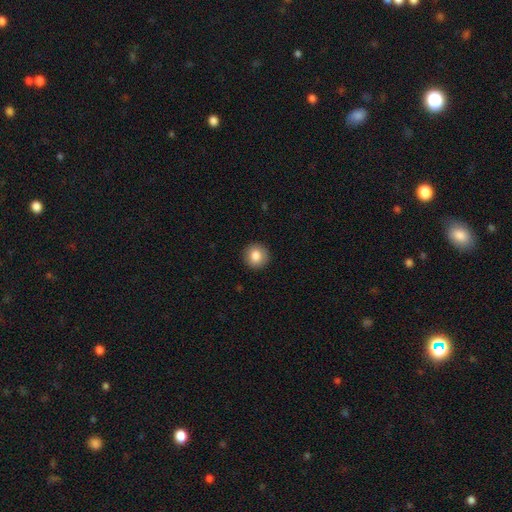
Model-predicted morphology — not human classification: Overall: smooth (85%). How rounded: round (92%). Merging: none (91%).